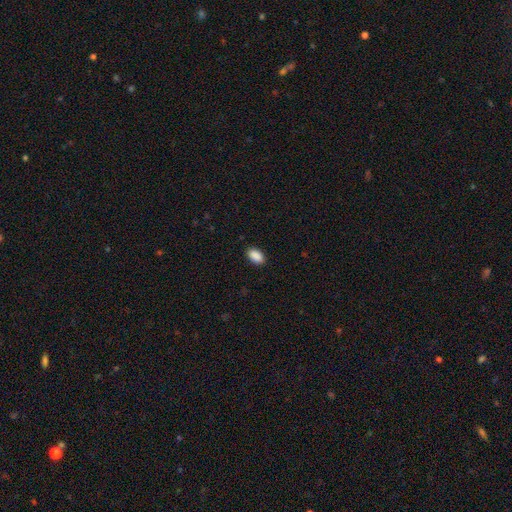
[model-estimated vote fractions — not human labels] Smooth or featured: smooth — 90% (star or artifact — 7%)
How rounded: in between — 92% (round — 6%)
Merging: none — 88% (minor disturbance — 9%)